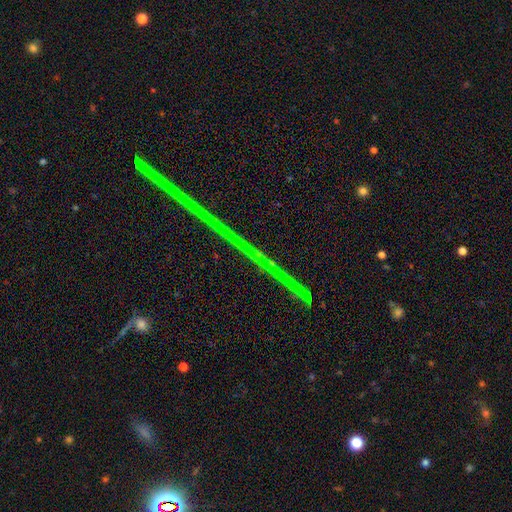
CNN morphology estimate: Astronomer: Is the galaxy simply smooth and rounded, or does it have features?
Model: star or artifact — 80%.